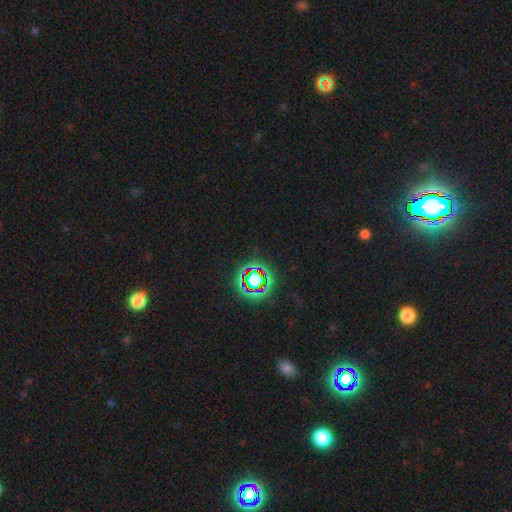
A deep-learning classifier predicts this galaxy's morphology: Q: Smooth or featured?
A: star or artifact (79%); runner-up: smooth (12%)